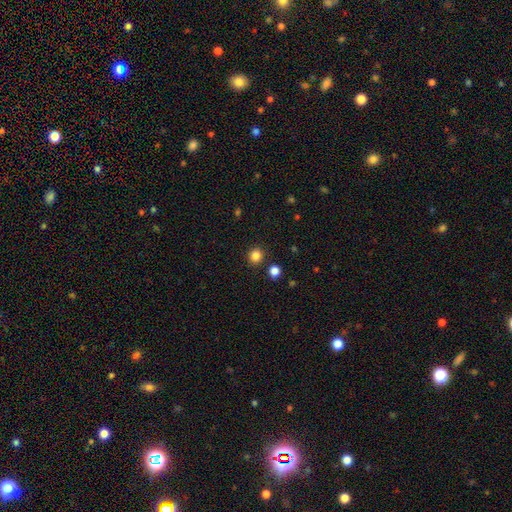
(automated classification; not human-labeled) Morphology: type=smooth (84%); roundness=round (91%); merging=none (89%).